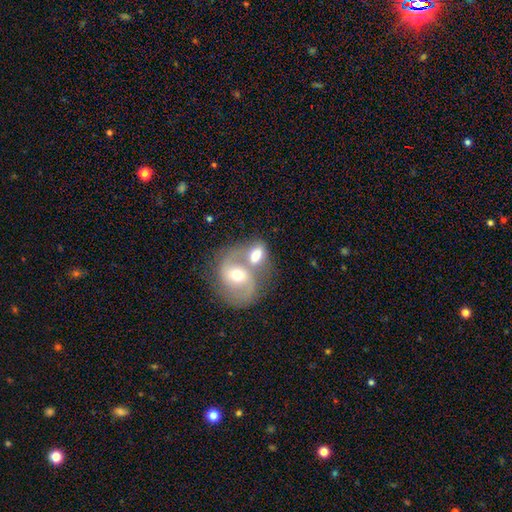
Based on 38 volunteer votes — Smooth or featured: smooth — 50% (featured or disk — 39%)
How rounded: in between — 100%
Merging: merger — 53% (none — 44%)